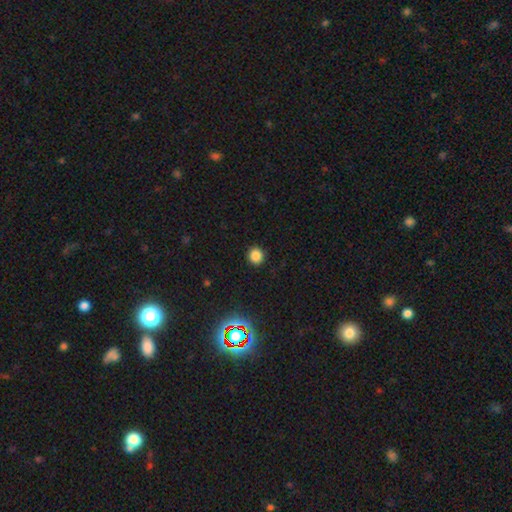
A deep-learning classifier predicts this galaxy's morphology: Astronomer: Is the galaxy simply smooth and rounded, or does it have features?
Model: smooth — 82%.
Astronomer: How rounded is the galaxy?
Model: round — 91%.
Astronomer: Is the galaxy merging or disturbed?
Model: none — 91%.